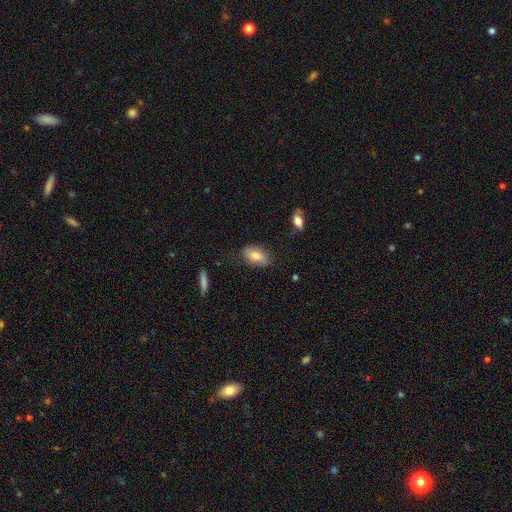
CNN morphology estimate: A smooth galaxy with no disk features (75%) that is in between round and cigar-shaped (90%). Merging: none (81%).